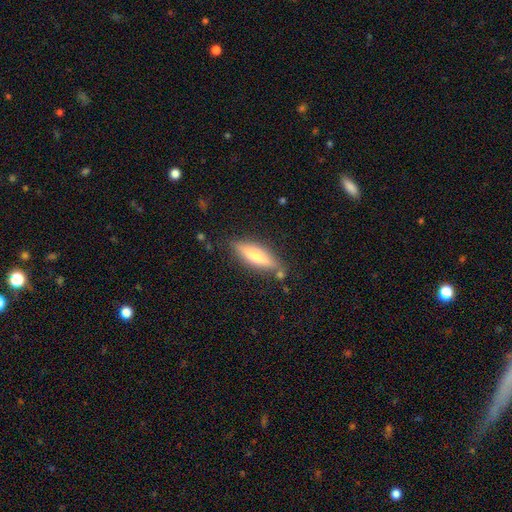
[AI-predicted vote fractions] Morphology: type=smooth (52%); roundness=cigar-shaped (69%); merging=none (80%).